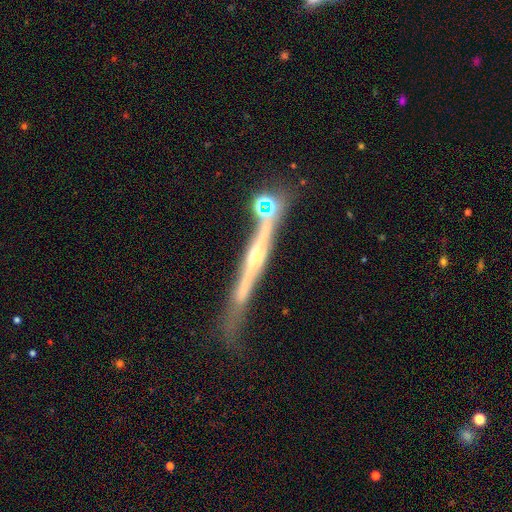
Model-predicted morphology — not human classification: type=featured or disk (81%); edge-on=yes (94%); edge-on bulge=rounded (79%); merging=none (53%).